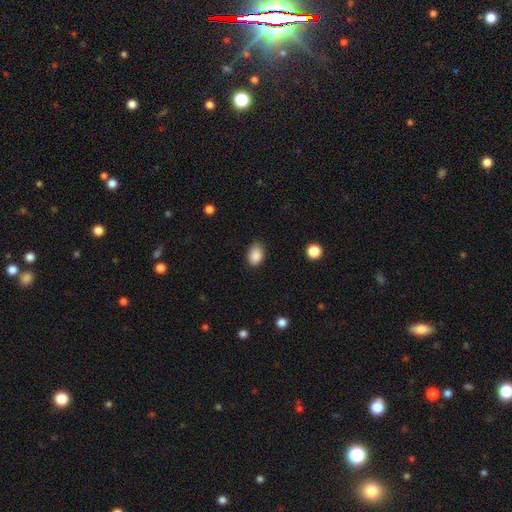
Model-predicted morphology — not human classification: Overall: smooth (88%). How rounded: in between (81%). Merging: none (77%).